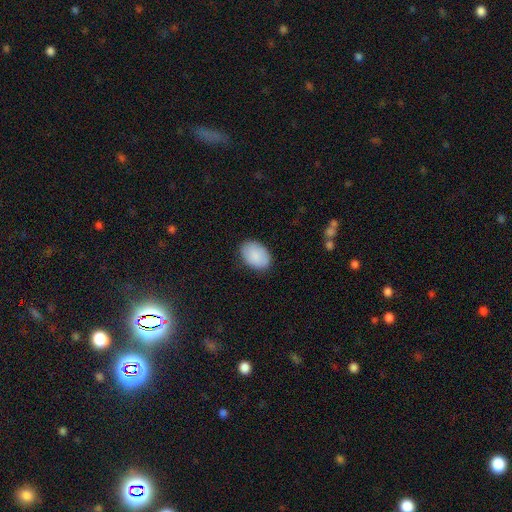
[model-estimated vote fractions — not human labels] smooth 89%, star or artifact 6%, featured or disk 5%. Down the decision tree: how rounded — in between (88%); merging — none (85%).